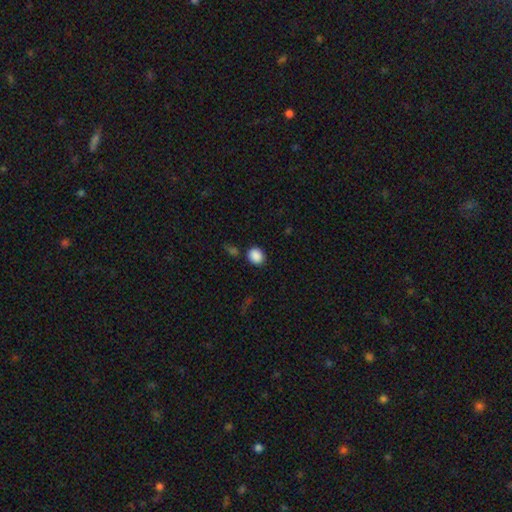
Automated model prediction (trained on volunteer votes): A smooth galaxy with no disk features (88%) that is round (68%). Merging: none (82%).